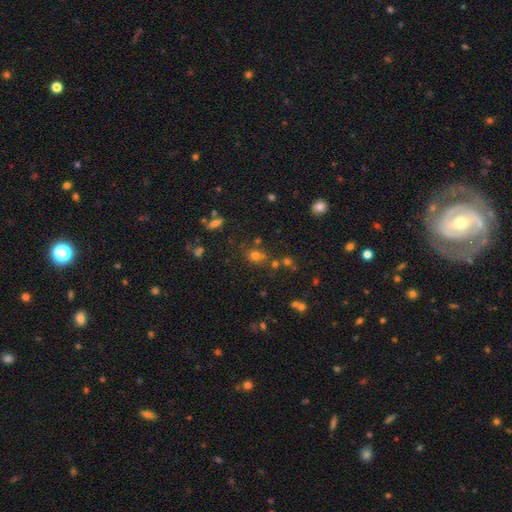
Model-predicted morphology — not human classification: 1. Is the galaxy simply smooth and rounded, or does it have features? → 64% smooth, 26% star or artifact, 10% featured or disk.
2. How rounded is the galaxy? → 69% round, 29% in between, 2% cigar-shaped.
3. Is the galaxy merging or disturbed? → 63% none, 19% merger, 13% minor disturbance, 5% major disturbance.